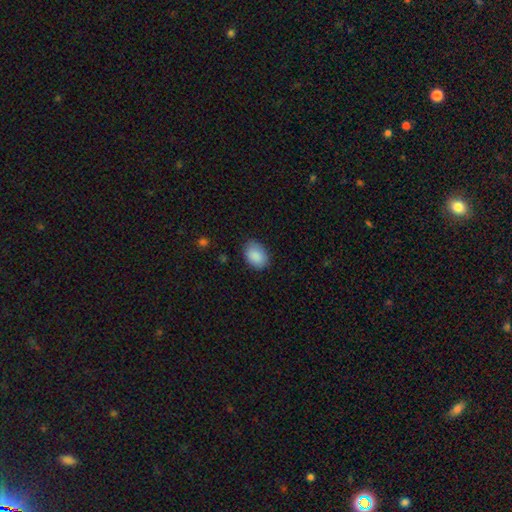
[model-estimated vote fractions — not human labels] Q: Smooth or featured?
A: smooth (90%); runner-up: star or artifact (7%)
Q: How rounded?
A: in between (80%); runner-up: round (19%)
Q: Merging?
A: none (81%); runner-up: minor disturbance (14%)